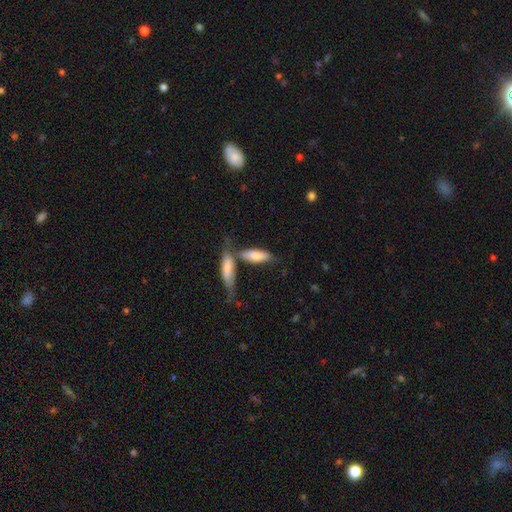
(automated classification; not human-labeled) Smooth or featured? smooth (73%)
How rounded? in between (55%)
Merging? none (42%)